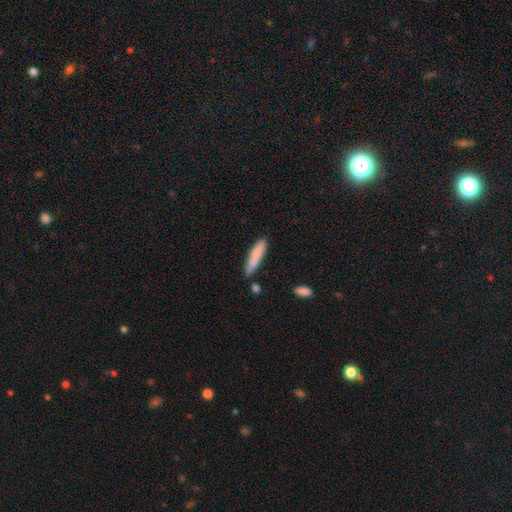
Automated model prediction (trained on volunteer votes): Smooth or featured: smooth — 81% (featured or disk — 13%)
How rounded: cigar-shaped — 82% (in between — 17%)
Merging: none — 71% (minor disturbance — 20%)